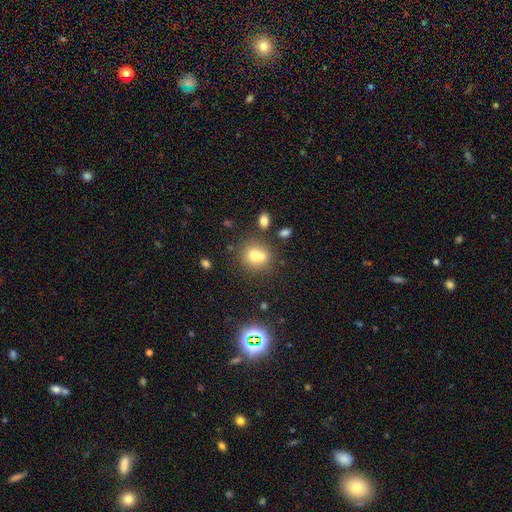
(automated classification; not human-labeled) Morphology: type=smooth (67%); roundness=round (77%); merging=merger (49%).